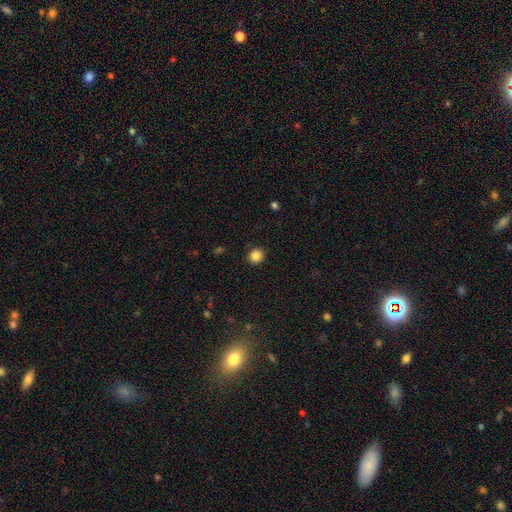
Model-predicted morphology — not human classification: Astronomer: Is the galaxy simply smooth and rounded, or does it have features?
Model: smooth — 85%.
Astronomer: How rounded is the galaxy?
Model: round — 80%.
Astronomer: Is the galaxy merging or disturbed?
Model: none — 91%.